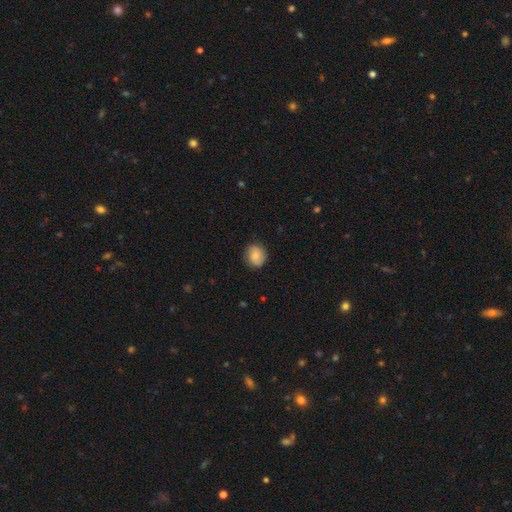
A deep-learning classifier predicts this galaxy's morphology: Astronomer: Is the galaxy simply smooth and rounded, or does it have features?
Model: smooth — 79%.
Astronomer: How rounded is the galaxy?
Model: round — 74%.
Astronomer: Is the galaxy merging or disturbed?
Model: none — 84%.